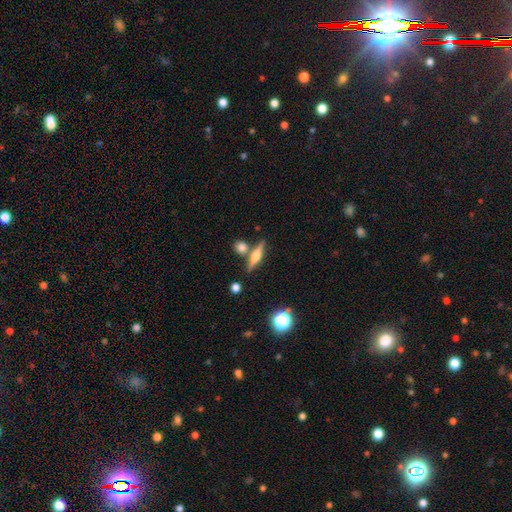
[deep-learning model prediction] Overall: featured or disk (58%; smooth 34%). Edge-on disk: yes (95%). Edge-on bulge: rounded (88%). Merging: none (74%).